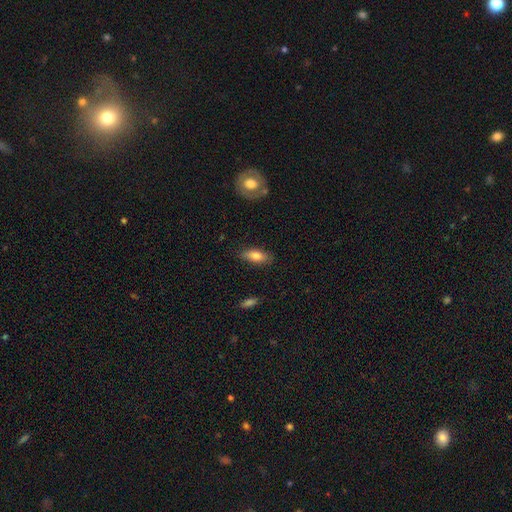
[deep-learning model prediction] Smooth or featured: smooth — 78% (featured or disk — 15%)
How rounded: in between — 74% (cigar-shaped — 24%)
Merging: none — 83% (minor disturbance — 13%)